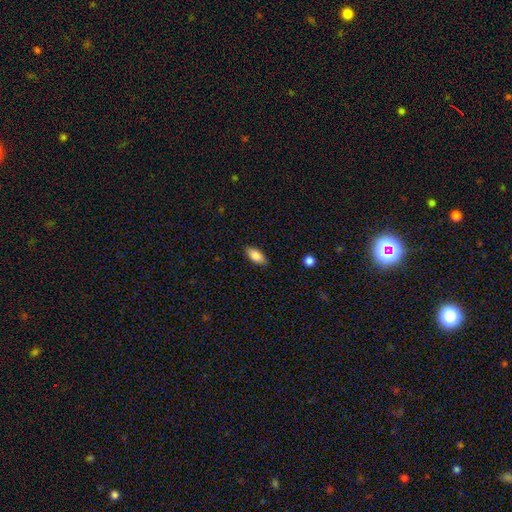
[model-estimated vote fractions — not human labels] smooth_or_featured: smooth (p=0.83) [alt: featured or disk p=0.10]
how_rounded: in between (p=0.87) [alt: cigar-shaped p=0.10]
merging: none (p=0.86) [alt: minor disturbance p=0.10]